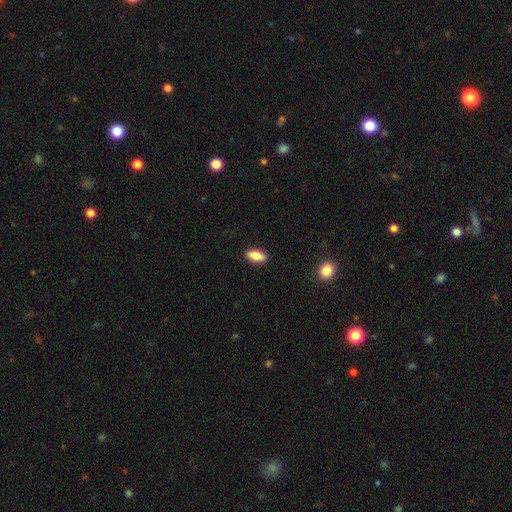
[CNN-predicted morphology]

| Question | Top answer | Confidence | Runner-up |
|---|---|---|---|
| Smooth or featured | smooth | 83% | featured or disk (10%) |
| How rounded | in between | 77% | cigar-shaped (20%) |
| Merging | none | 89% | minor disturbance (8%) |